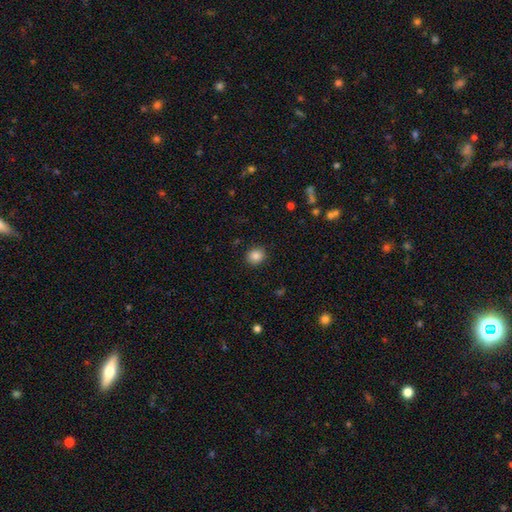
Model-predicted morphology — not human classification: This is clearly a smooth galaxy (86%). How rounded: likely round (77%). Merging: clearly none (90%).